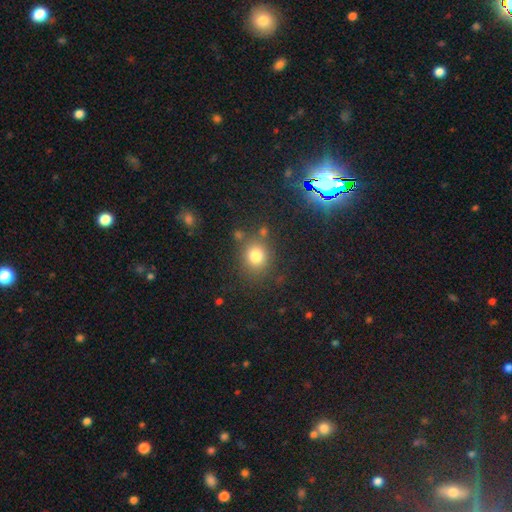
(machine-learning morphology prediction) A smooth galaxy with no disk features (79%) that is round (79%).

Vote fractions:
- Smooth or featured? smooth: 79% / star or artifact: 14% / featured or disk: 7%
- How rounded? round: 79% / in between: 20% / cigar-shaped: 1%
- Merging? none: 77% / minor disturbance: 12% / merger: 6% / major disturbance: 5%